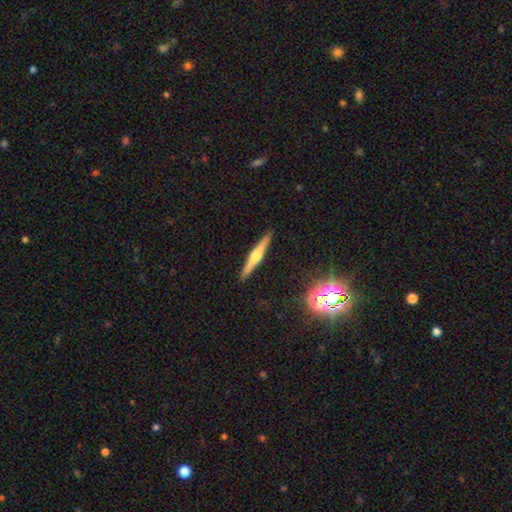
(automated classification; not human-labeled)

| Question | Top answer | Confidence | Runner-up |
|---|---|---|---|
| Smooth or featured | featured or disk | 66% | smooth (27%) |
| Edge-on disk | yes | 98% | no (2%) |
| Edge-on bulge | rounded | 89% | none (6%) |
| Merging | none | 91% | minor disturbance (6%) |